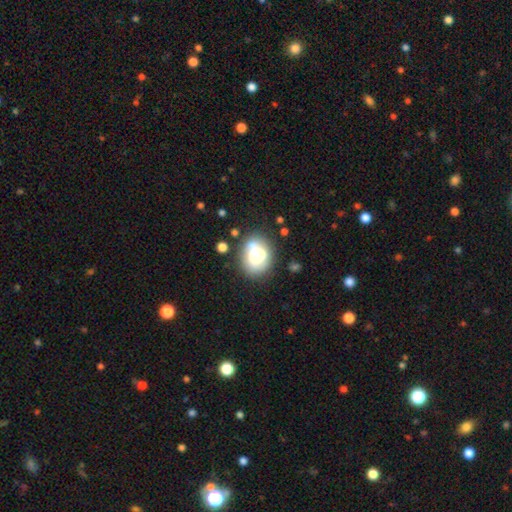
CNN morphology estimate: Q: Smooth or featured?
A: smooth (64%); runner-up: featured or disk (26%)
Q: How rounded?
A: in between (51%); runner-up: round (48%)
Q: Merging?
A: none (57%); runner-up: minor disturbance (18%)